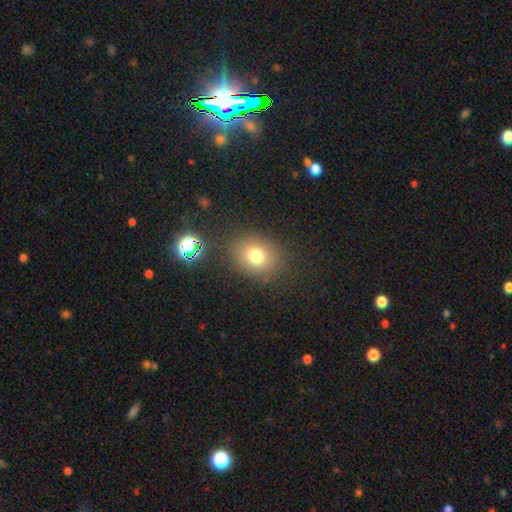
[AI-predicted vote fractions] A smooth galaxy with no disk features (75%) that is round (57%). Merging: none (84%).